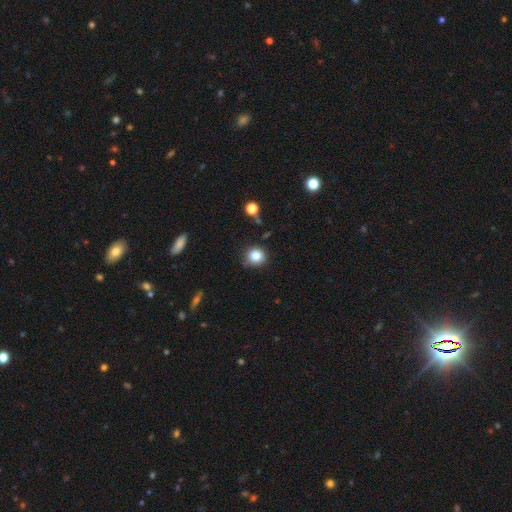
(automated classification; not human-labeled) Smooth or featured? Predicted: smooth (p=0.84). How rounded? Predicted: round (p=0.88). Merging? Predicted: none (p=0.81).